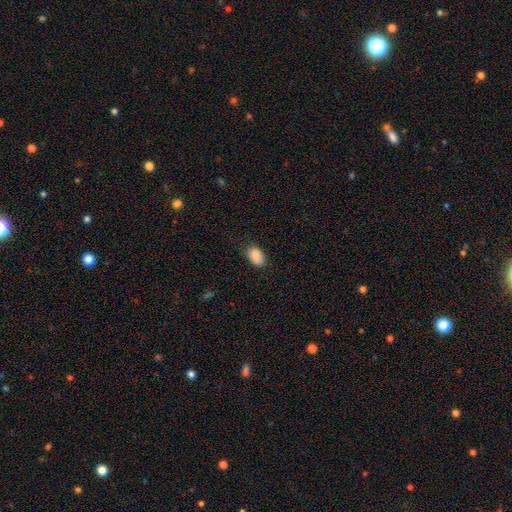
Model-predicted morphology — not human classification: Overall: smooth (89%). How rounded: in between (89%). Merging: none (80%).